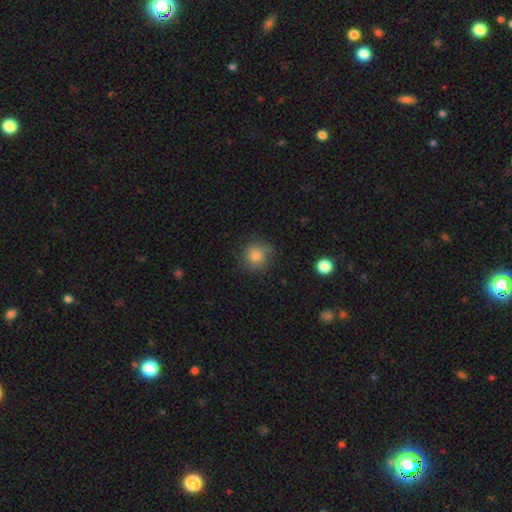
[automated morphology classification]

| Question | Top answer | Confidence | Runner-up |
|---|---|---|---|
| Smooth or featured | smooth | 83% | star or artifact (11%) |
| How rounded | round | 90% | in between (9%) |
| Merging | none | 77% | minor disturbance (16%) |